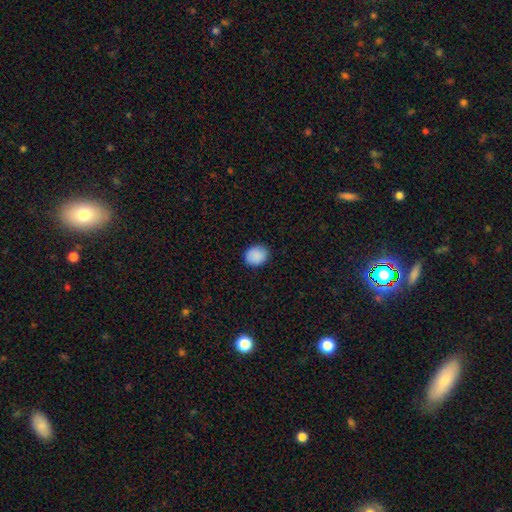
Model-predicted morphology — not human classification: Smooth or featured? Predicted: smooth (p=0.90). How rounded? Predicted: round (p=0.54). Merging? Predicted: none (p=0.87).